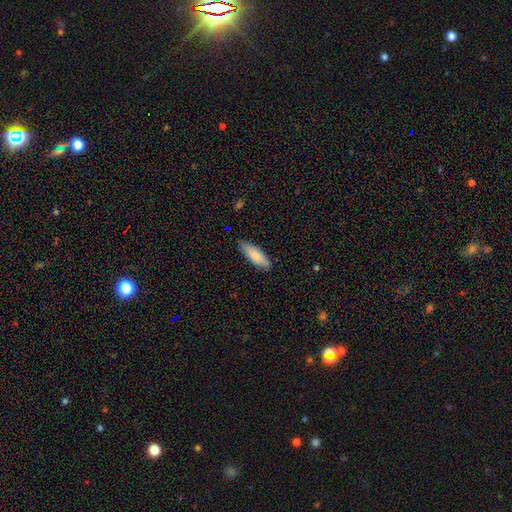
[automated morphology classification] A smooth galaxy with no disk features (82%) that is in between round and cigar-shaped (54%).

Vote fractions:
- Smooth or featured? smooth: 82% / featured or disk: 12% / star or artifact: 6%
- How rounded? in between: 54% / cigar-shaped: 44% / round: 2%
- Merging? none: 84% / minor disturbance: 13% / major disturbance: 2% / merger: 1%